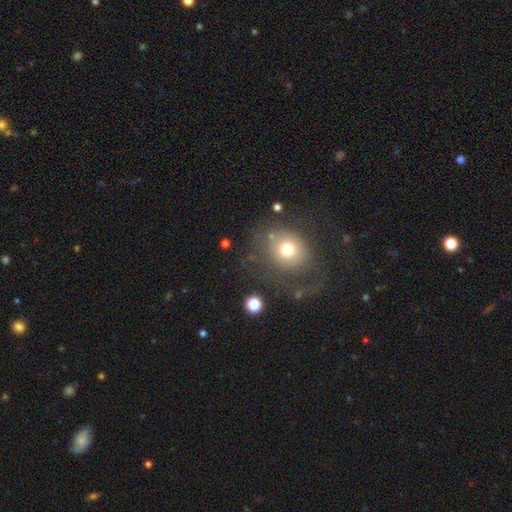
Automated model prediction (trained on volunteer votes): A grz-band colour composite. It shows a smooth galaxy with no disk features (51%) that is round (75%). Merging: none (57%).